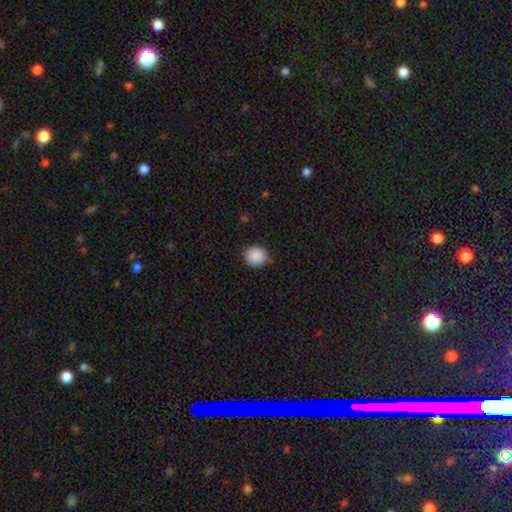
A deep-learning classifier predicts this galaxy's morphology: A smooth galaxy with no disk features (89%) that is round (88%). Merging: none (85%).